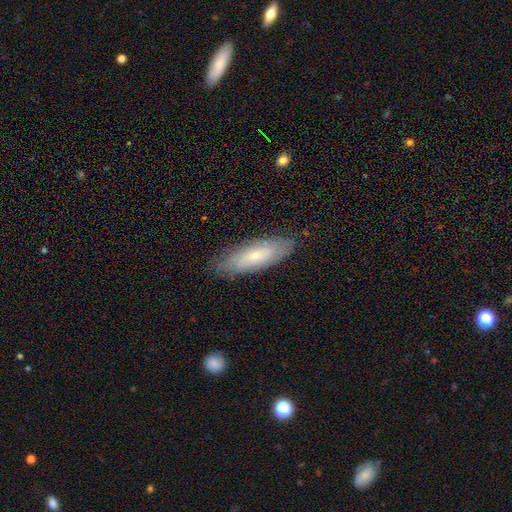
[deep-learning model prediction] smooth_or_featured: smooth (p=0.57) [alt: featured or disk p=0.37]
how_rounded: in between (p=0.56) [alt: cigar-shaped p=0.42]
merging: none (p=0.82) [alt: minor disturbance p=0.14]